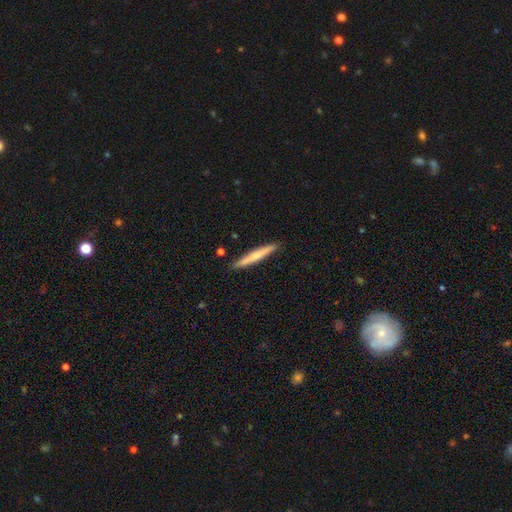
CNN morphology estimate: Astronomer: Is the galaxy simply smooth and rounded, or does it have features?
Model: smooth — 55% (runner-up: featured or disk, 40%).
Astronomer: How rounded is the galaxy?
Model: cigar-shaped — 96%.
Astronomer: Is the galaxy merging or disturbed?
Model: none — 91%.